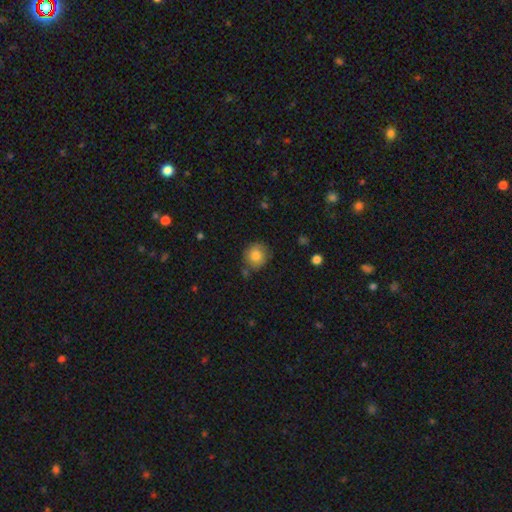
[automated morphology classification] A smooth galaxy with no disk features (82%) that is round (88%).

Vote fractions:
- Smooth or featured? smooth: 82% / featured or disk: 10% / star or artifact: 9%
- How rounded? round: 88% / in between: 11% / cigar-shaped: 1%
- Merging? none: 80% / minor disturbance: 13% / merger: 4% / major disturbance: 3%